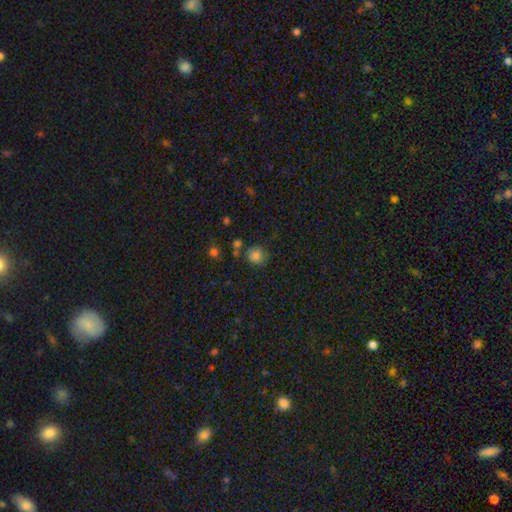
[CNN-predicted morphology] Q: Smooth or featured?
A: smooth (82%); runner-up: star or artifact (12%)
Q: How rounded?
A: round (89%); runner-up: in between (10%)
Q: Merging?
A: none (75%); runner-up: minor disturbance (13%)